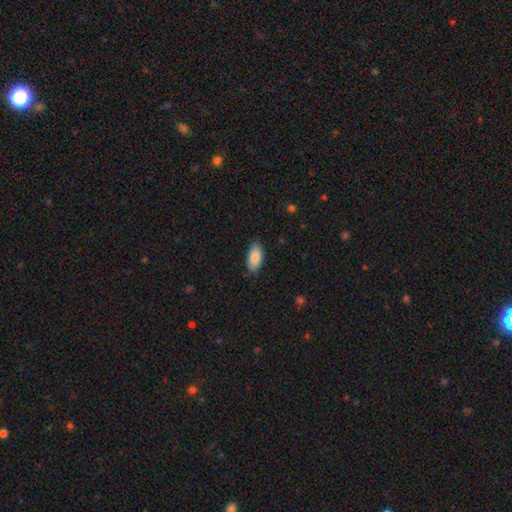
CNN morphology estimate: Smooth or featured? Predicted: smooth (p=0.86). How rounded? Predicted: in between (p=0.91). Merging? Predicted: none (p=0.83).